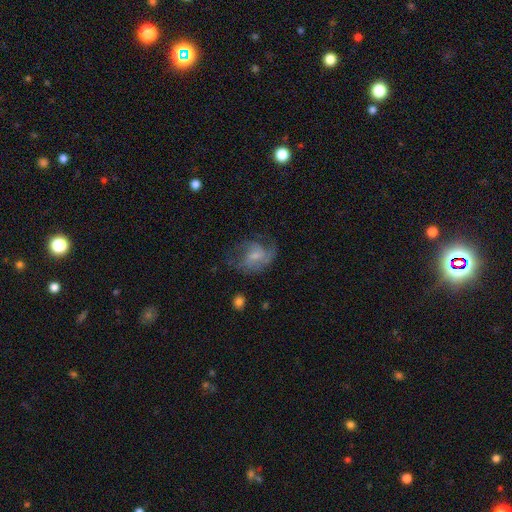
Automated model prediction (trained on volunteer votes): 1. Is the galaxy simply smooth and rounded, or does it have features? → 67% featured or disk, 25% smooth, 8% star or artifact.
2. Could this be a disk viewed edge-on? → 97% no, 3% yes.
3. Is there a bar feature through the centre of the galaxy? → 48% weak, 43% no, 9% strong.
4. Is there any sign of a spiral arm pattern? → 85% yes, 15% no.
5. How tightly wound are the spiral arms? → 47% medium, 31% loose, 22% tight.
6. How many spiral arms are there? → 42% 2, 24% can't tell, 15% 3, 12% 1, 3% 4, 3% more than 4.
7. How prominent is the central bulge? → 51% small, 30% moderate, 15% none, 3% large, 1% dominant.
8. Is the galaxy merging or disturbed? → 48% none, 26% major disturbance, 24% minor disturbance, 2% merger.